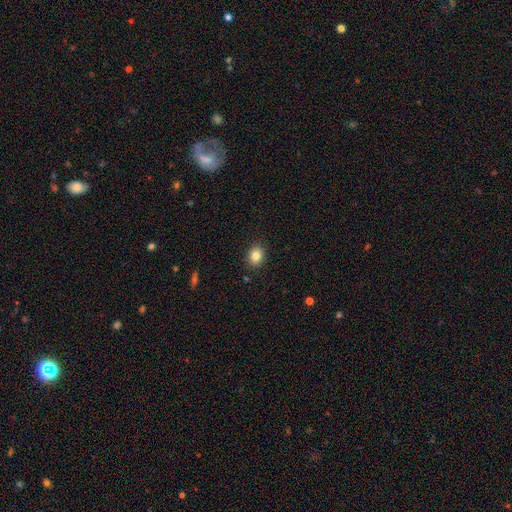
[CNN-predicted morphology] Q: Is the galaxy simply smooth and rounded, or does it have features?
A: smooth — 84%.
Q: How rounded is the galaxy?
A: round — 52%.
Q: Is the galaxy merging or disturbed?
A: none — 89%.